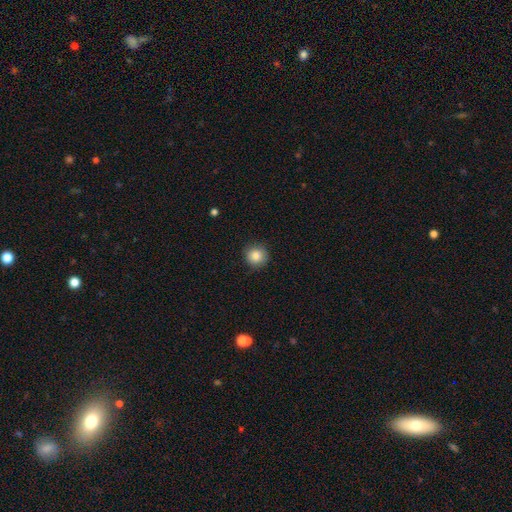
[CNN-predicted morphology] smooth_or_featured: smooth (p=0.85) [alt: star or artifact p=0.09]
how_rounded: round (p=0.93) [alt: in between p=0.06]
merging: none (p=0.89) [alt: minor disturbance p=0.08]